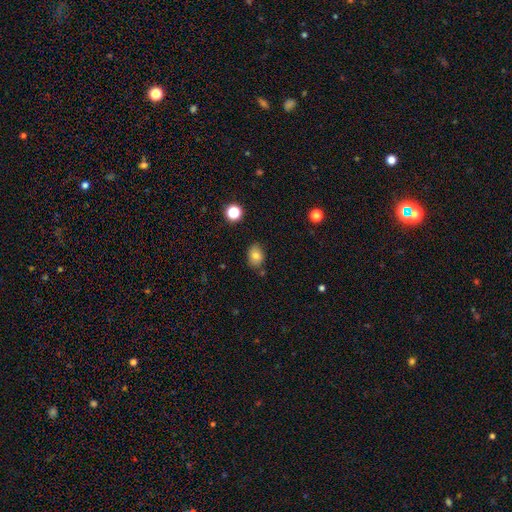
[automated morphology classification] smooth 79%, star or artifact 12%, featured or disk 10%. Down the decision tree: how rounded — in between (71%); merging — none (78%).